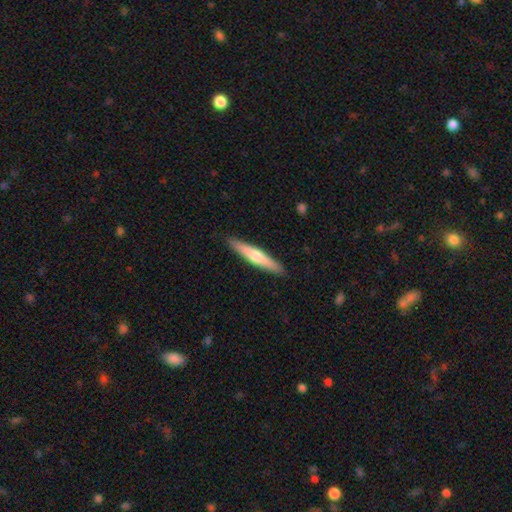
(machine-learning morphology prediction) The model was most divided on "smooth or featured": smooth: 50%, featured or disk: 45%, star or artifact: 5%. More confident: merging — none (91%).